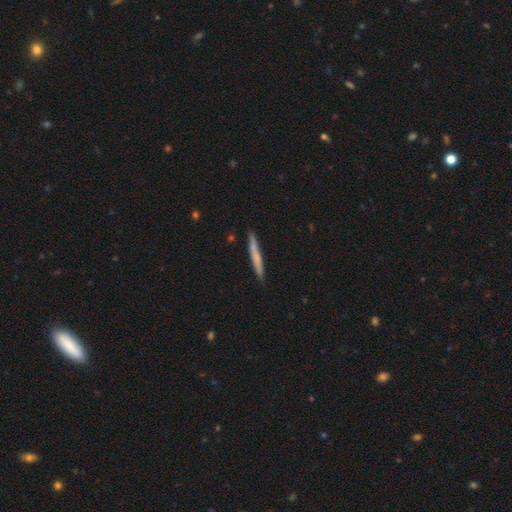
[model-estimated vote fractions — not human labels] A smooth galaxy with no disk features (60%) that is cigar-shaped (97%).

Vote fractions:
- Smooth or featured? smooth: 60% / featured or disk: 35% / star or artifact: 5%
- How rounded? cigar-shaped: 97% / in between: 2% / round: 1%
- Merging? none: 90% / minor disturbance: 8% / major disturbance: 1% / merger: 1%